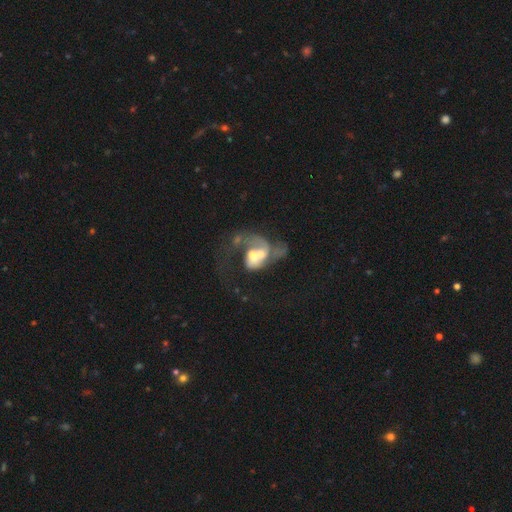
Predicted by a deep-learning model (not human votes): Smooth or featured? featured or disk (64%)
Edge-on disk? no (97%)
Bar? no (74%)
Spiral arms? yes (59%)
Bulge size? moderate (54%)
Merging? merger (72%)